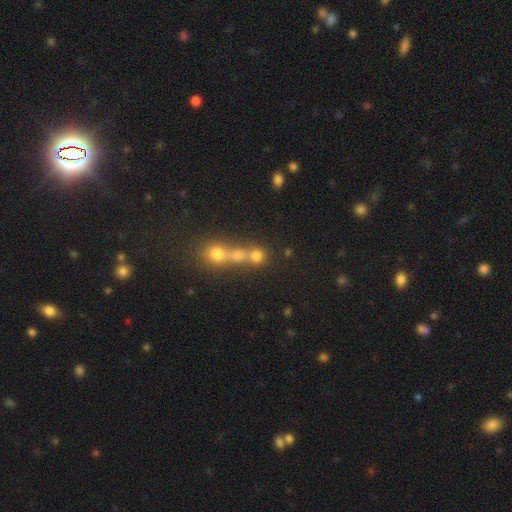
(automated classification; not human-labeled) The model was most divided on "merging": merger: 52%, none: 38%, minor disturbance: 6%, major disturbance: 4%. More confident: how rounded — round (83%); smooth or featured — smooth (70%).